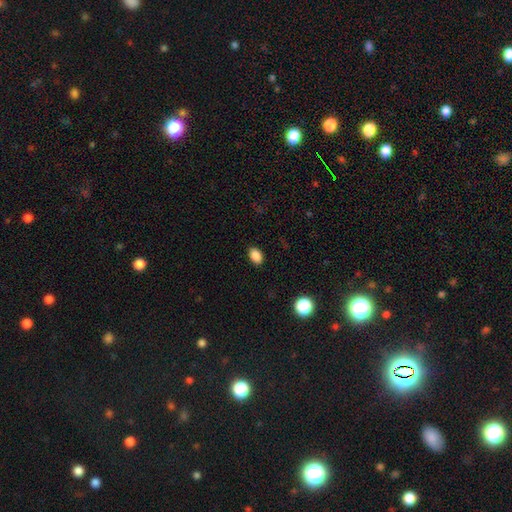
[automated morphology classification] Smooth or featured: smooth — 86% (star or artifact — 10%)
How rounded: in between — 83% (round — 16%)
Merging: none — 89% (minor disturbance — 8%)